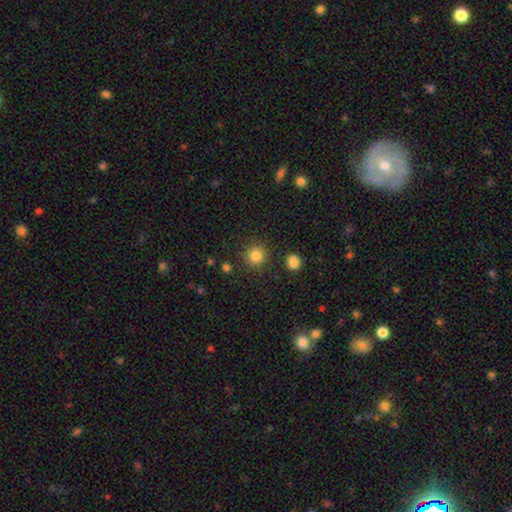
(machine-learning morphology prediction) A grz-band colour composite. It shows a smooth galaxy with no disk features (84%) that is round (93%). Merging: none (87%).